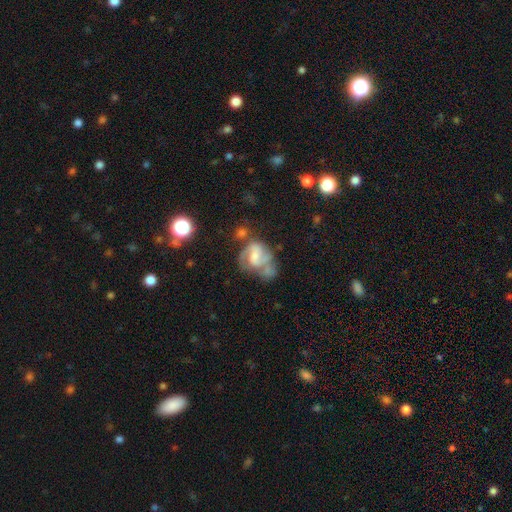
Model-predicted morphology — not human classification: Smooth or featured? featured or disk (64%)
Edge-on disk? no (98%)
Bar? no (47%)
Spiral arms? yes (74%)
Bulge size? moderate (37%)
Merging? merger (29%)